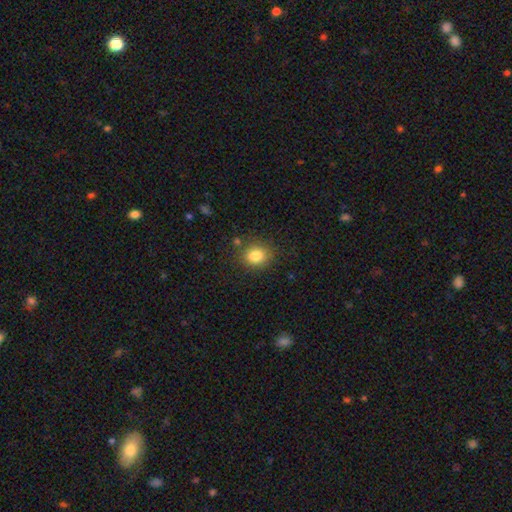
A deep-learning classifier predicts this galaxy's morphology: smooth_or_featured: smooth (p=0.83) [alt: star or artifact p=0.11]
how_rounded: round (p=0.67) [alt: in between p=0.32]
merging: none (p=0.81) [alt: minor disturbance p=0.11]